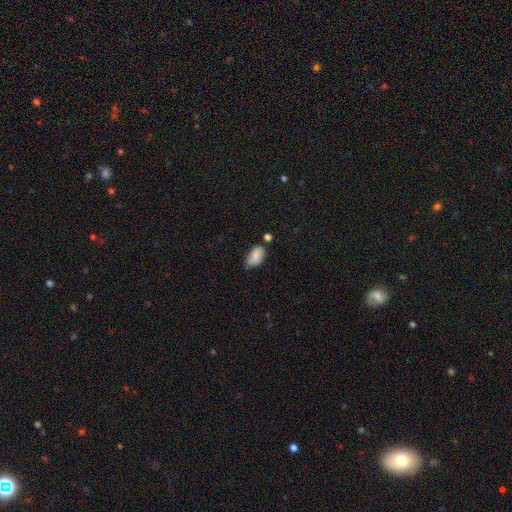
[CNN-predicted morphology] A smooth galaxy with no disk features (74%) that is in between round and cigar-shaped (92%).

Vote fractions:
- Smooth or featured? smooth: 74% / featured or disk: 17% / star or artifact: 8%
- How rounded? in between: 92% / round: 6% / cigar-shaped: 2%
- Merging? none: 57% / minor disturbance: 30% / merger: 7% / major disturbance: 6%